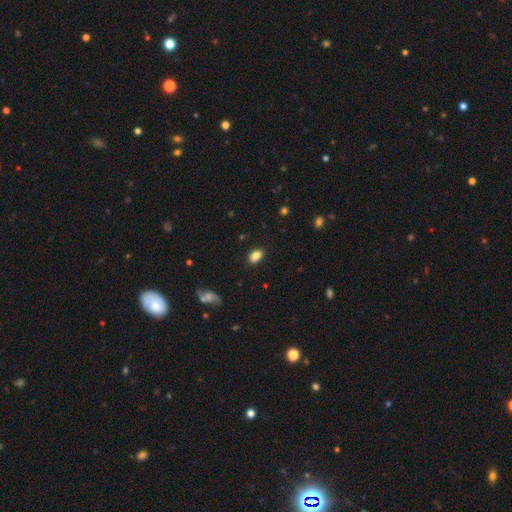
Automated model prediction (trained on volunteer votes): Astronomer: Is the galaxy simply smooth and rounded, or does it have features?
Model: smooth — 83%.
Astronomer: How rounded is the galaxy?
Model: in between — 88%.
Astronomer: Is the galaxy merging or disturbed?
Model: none — 87%.